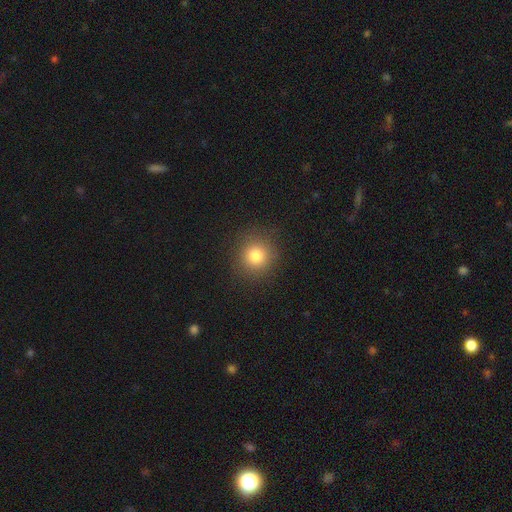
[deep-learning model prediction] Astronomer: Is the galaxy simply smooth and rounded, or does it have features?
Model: smooth — 81%.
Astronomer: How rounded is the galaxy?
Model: round — 91%.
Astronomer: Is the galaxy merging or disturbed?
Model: none — 89%.